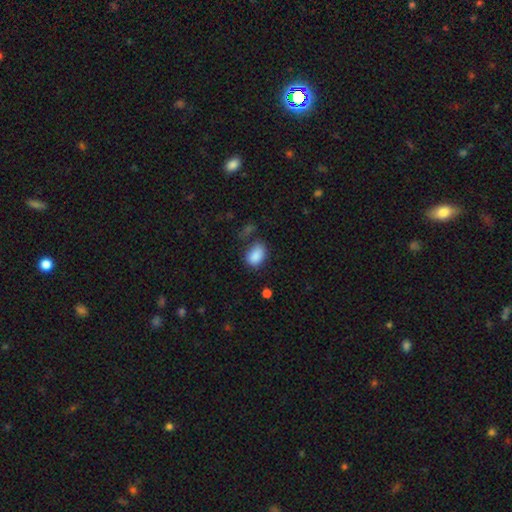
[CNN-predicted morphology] smooth_or_featured: smooth (p=0.87) [alt: star or artifact p=0.08]
how_rounded: in between (p=0.83) [alt: round p=0.16]
merging: none (p=0.59) [alt: minor disturbance p=0.25]